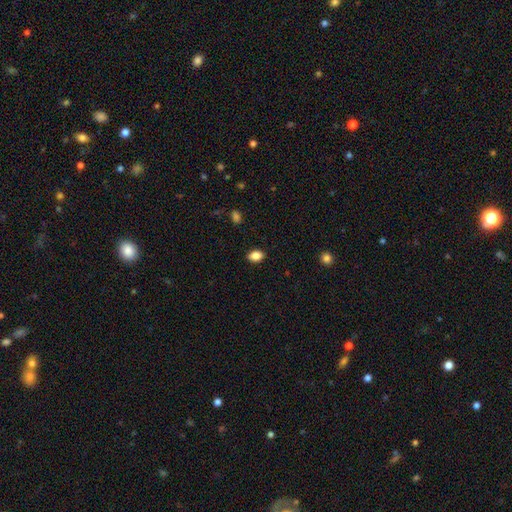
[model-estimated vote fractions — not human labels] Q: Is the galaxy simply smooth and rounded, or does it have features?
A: smooth — 86%.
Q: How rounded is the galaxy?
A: in between — 83%.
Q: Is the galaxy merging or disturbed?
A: none — 88%.